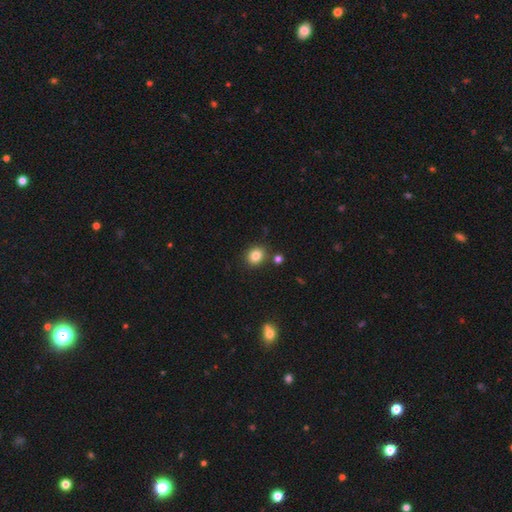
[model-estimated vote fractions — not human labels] A smooth galaxy with no disk features (83%) that is round (71%).

Vote fractions:
- Smooth or featured? smooth: 83% / star or artifact: 11% / featured or disk: 6%
- How rounded? round: 71% / in between: 28% / cigar-shaped: 1%
- Merging? none: 83% / minor disturbance: 9% / merger: 6% / major disturbance: 2%